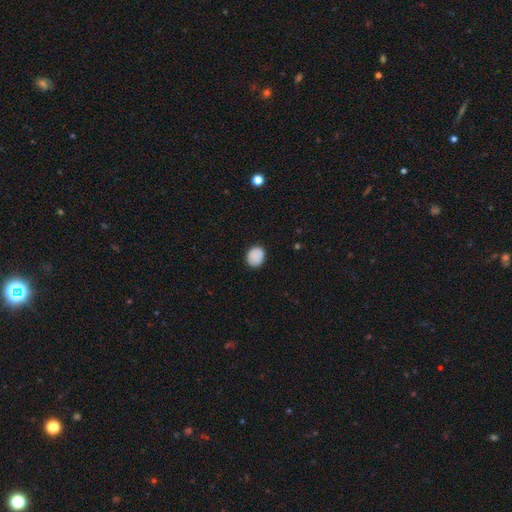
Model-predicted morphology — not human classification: A smooth galaxy with no disk features (87%) that is round (64%). Merging: none (87%).